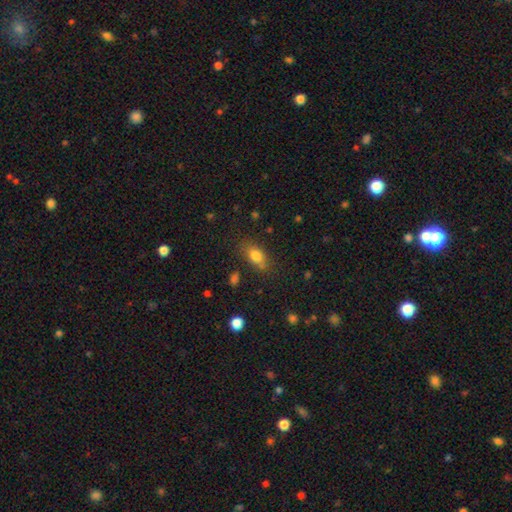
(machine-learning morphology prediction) The model was most divided on "merging": none: 70%, minor disturbance: 19%, major disturbance: 6%, merger: 5%. More confident: how rounded — in between (80%); smooth or featured — smooth (79%).